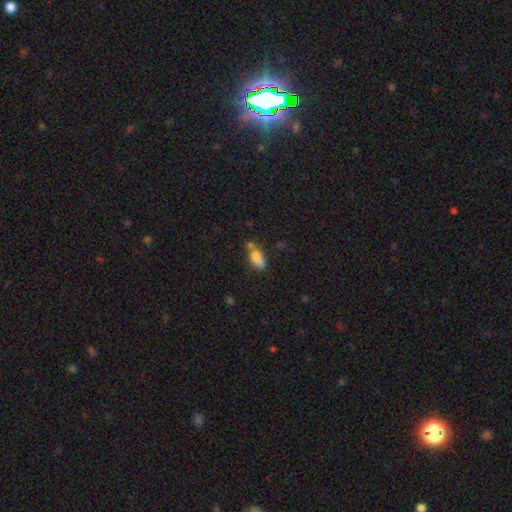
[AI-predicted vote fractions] Smooth or featured?
  - smooth: 77% *
  - featured or disk: 14%
  - star or artifact: 10%
How rounded?
  - in between: 78% *
  - cigar-shaped: 18%
  - round: 4%
Merging?
  - none: 44% *
  - merger: 25%
  - minor disturbance: 23%
  - major disturbance: 8%